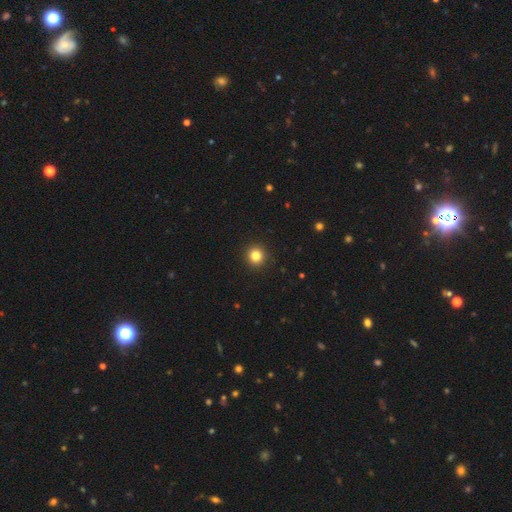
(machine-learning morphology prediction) Smooth or featured? Predicted: smooth (p=0.83). How rounded? Predicted: round (p=0.93). Merging? Predicted: none (p=0.93).